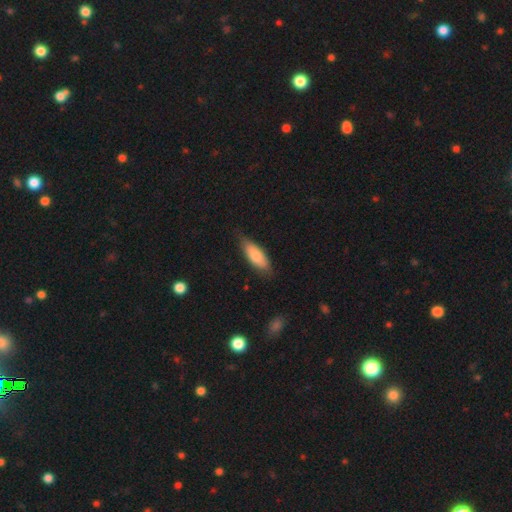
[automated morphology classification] Overall: smooth (79%). How rounded: in between (71%). Merging: none (72%).